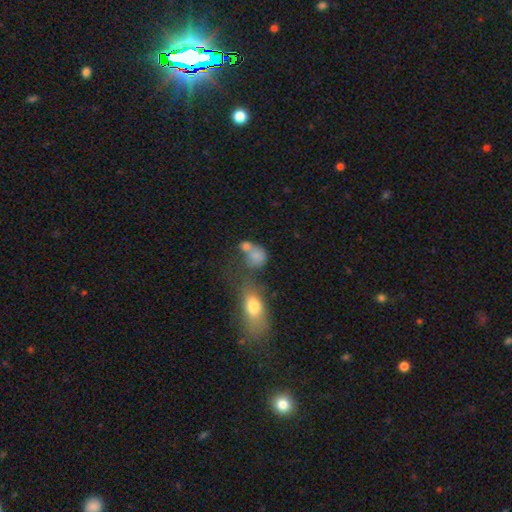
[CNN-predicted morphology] A smooth galaxy with no disk features (74%) that is round (49%).

Vote fractions:
- Smooth or featured? smooth: 74% / featured or disk: 14% / star or artifact: 12%
- How rounded? round: 49% / in between: 48% / cigar-shaped: 3%
- Merging? merger: 45% / none: 30% / minor disturbance: 14% / major disturbance: 11%